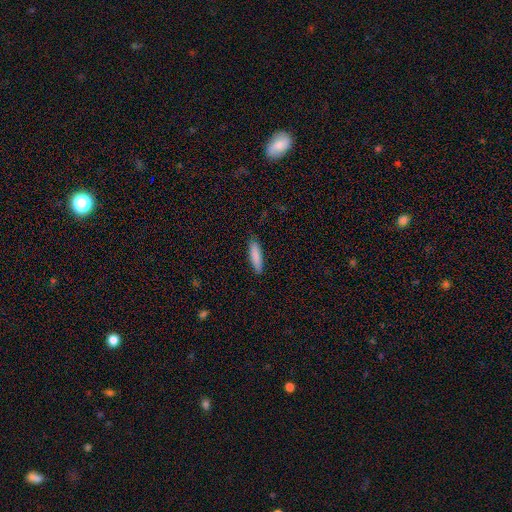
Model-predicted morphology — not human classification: This is clearly a smooth galaxy (86%). How rounded: likely cigar-shaped (73%). Merging: clearly none (86%).